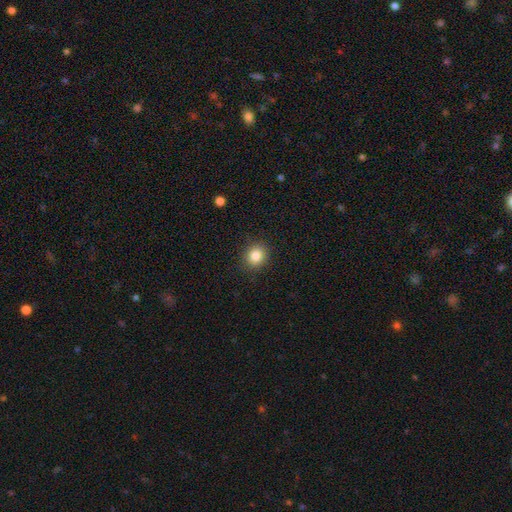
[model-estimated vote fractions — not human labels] Smooth or featured? smooth (85%)
How rounded? round (79%)
Merging? none (89%)